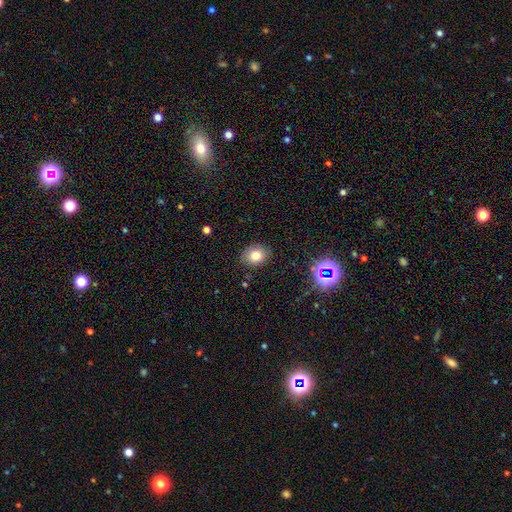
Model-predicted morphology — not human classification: type=smooth (78%); roundness=round (56%); merging=none (85%).